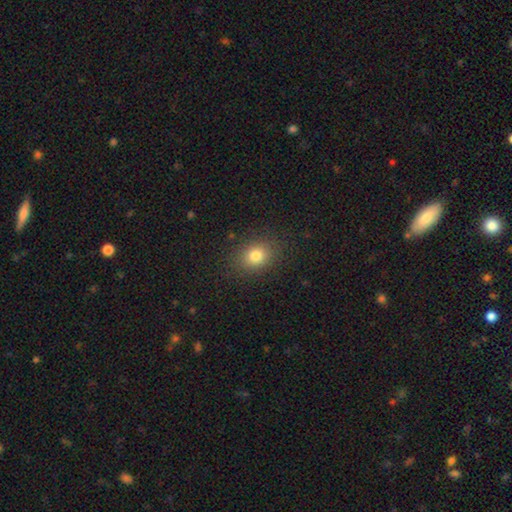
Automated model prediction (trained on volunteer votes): Smooth or featured? smooth (80%)
How rounded? round (49%, tied with in between)
Merging? none (86%)